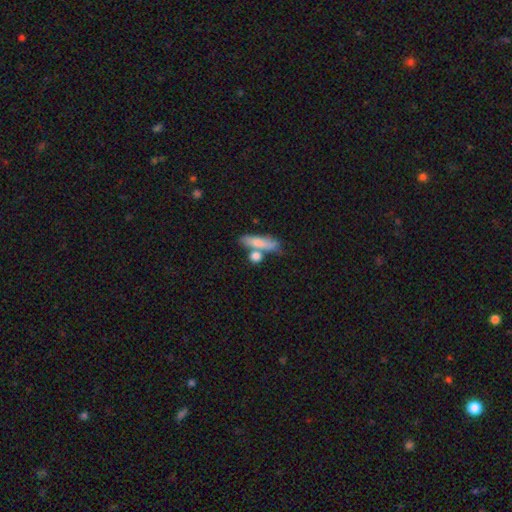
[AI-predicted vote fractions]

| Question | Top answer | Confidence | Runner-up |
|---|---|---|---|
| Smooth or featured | smooth | 77% | featured or disk (15%) |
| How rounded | round | 36% | in between (34%) |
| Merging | none | 51% | merger (29%) |